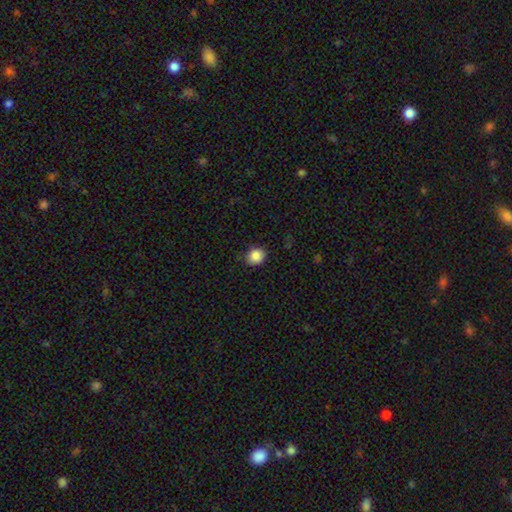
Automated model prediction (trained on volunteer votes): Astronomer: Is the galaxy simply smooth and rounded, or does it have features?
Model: smooth — 87%.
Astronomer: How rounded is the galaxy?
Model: round — 66%.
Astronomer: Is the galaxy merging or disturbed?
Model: none — 84%.